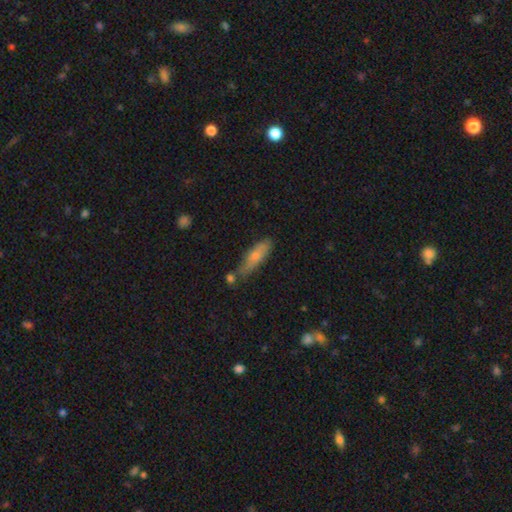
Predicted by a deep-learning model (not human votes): Smooth or featured?
  - smooth: 72% *
  - featured or disk: 21%
  - star or artifact: 7%
How rounded?
  - cigar-shaped: 58% *
  - in between: 40%
  - round: 2%
Merging?
  - none: 60% *
  - minor disturbance: 23%
  - merger: 11%
  - major disturbance: 6%